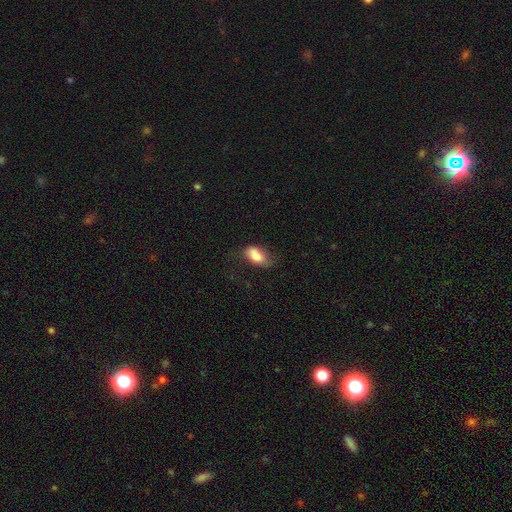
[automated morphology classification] A smooth galaxy with no disk features (77%) that is in between round and cigar-shaped (90%). Merging: none (49%).